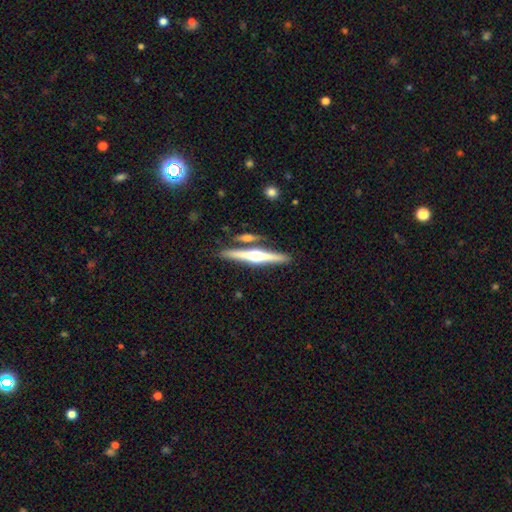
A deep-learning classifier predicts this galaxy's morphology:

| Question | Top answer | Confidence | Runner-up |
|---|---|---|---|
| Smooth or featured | featured or disk | 69% | smooth (25%) |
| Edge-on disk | yes | 97% | no (3%) |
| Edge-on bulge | rounded | 93% | boxy (4%) |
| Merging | none | 77% | merger (12%) |